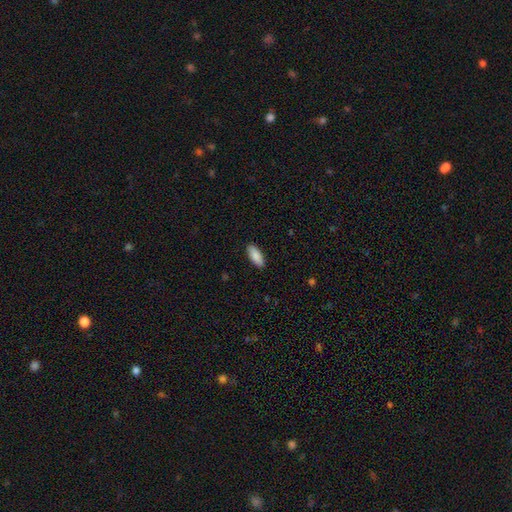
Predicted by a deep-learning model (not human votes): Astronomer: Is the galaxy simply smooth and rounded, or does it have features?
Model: smooth — 89%.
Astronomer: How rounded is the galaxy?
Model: in between — 83%.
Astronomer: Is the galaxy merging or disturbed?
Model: none — 90%.